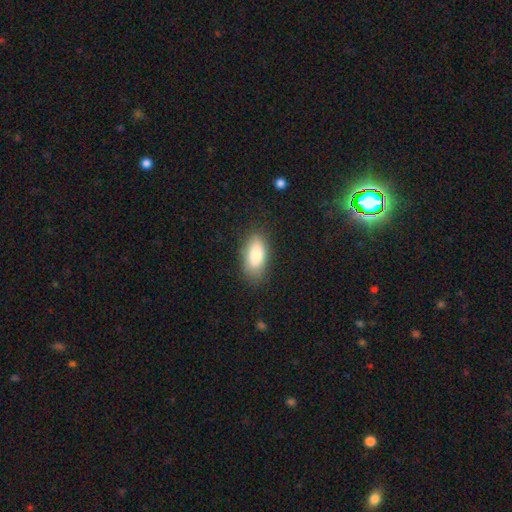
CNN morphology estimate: This appears to be a smooth galaxy with no disk features (83%) that is in between round and cigar-shaped (89%). Merging: none (81%).